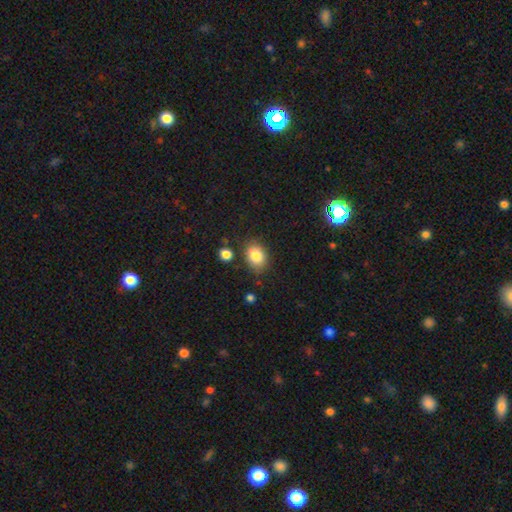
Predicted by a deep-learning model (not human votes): smooth_or_featured: smooth (p=0.84) [alt: star or artifact p=0.09]
how_rounded: in between (p=0.67) [alt: round p=0.32]
merging: none (p=0.77) [alt: minor disturbance p=0.15]